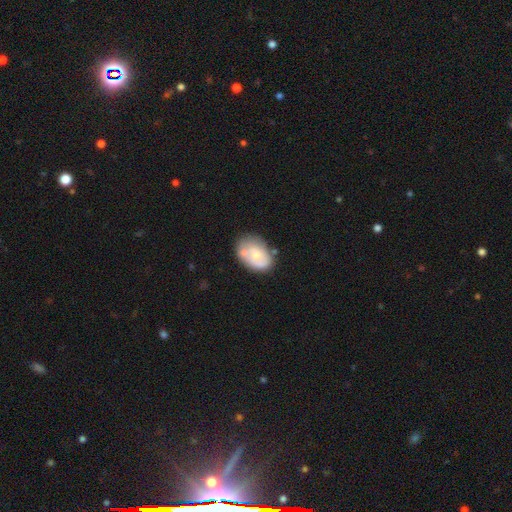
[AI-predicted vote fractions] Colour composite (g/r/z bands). It shows a smooth galaxy with no disk features (52%) that is in between round and cigar-shaped (82%). Merging: none (49%).